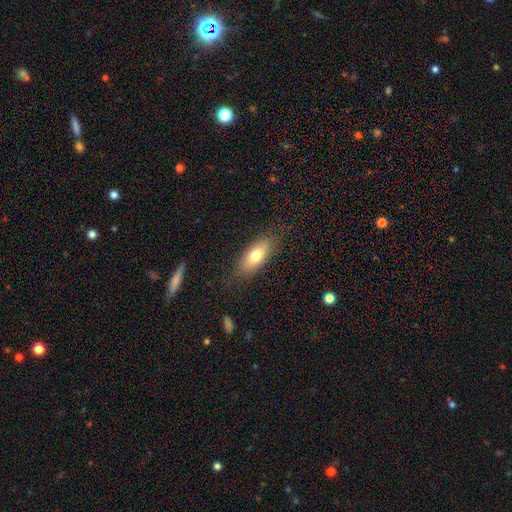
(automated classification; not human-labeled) smooth-or-featured: smooth: 74% | featured or disk: 19% | star or artifact: 7%
  how-rounded: in between: 78% | cigar-shaped: 19% | round: 3%
  merging: none: 79% | minor disturbance: 15% | major disturbance: 5% | merger: 1%